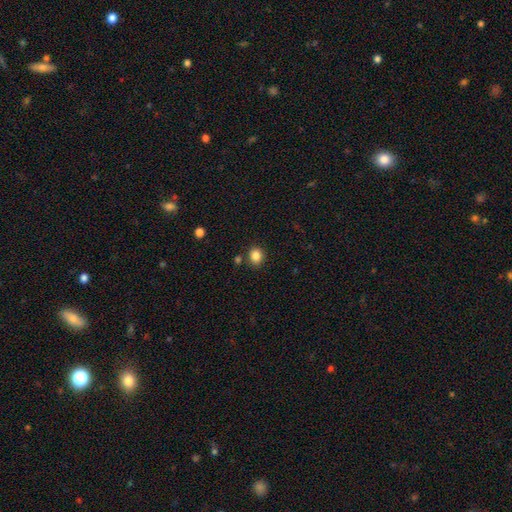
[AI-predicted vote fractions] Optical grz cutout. It shows a smooth galaxy with no disk features (85%) that is round (65%). Merging: none (84%).